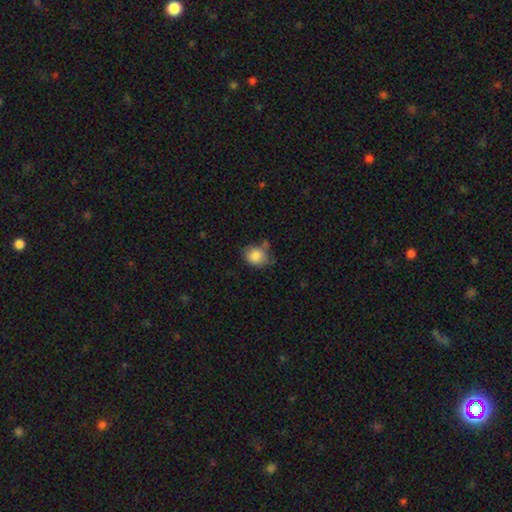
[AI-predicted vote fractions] Smooth or featured? smooth (85%)
How rounded? round (64%)
Merging? none (53%)